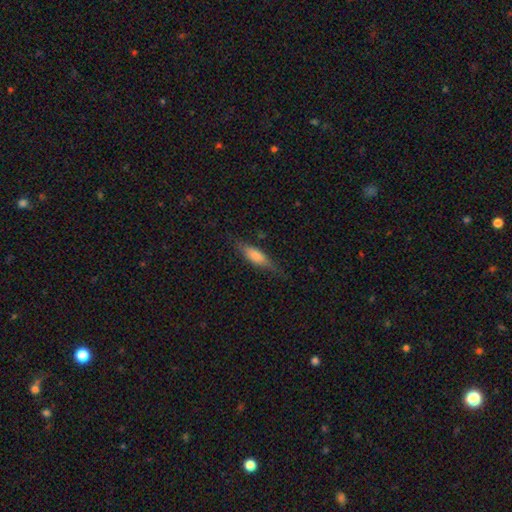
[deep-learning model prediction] Smooth or featured?
  - smooth: 64% *
  - featured or disk: 28%
  - star or artifact: 7%
How rounded?
  - cigar-shaped: 52% *
  - in between: 45%
  - round: 3%
Merging?
  - none: 74% *
  - minor disturbance: 19%
  - major disturbance: 5%
  - merger: 1%